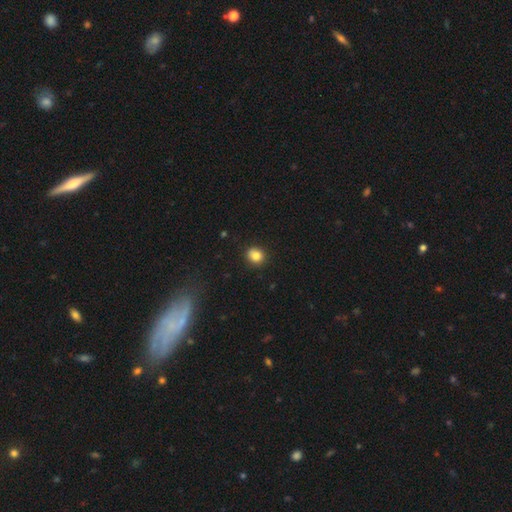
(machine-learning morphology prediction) smooth 83%, star or artifact 11%, featured or disk 6%. Down the decision tree: how rounded — round (74%); merging — none (87%).